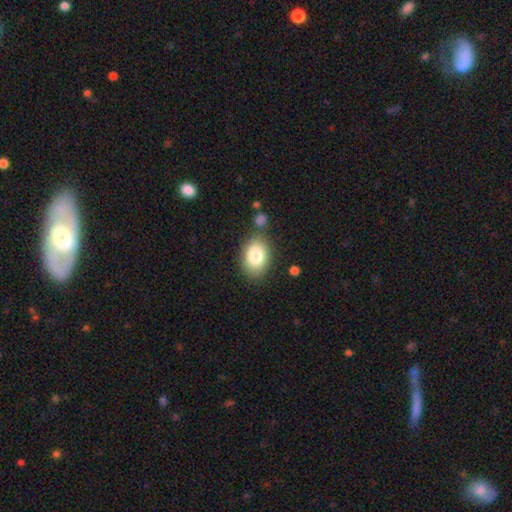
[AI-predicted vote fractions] Smooth or featured: smooth — 84% (featured or disk — 9%)
How rounded: in between — 83% (round — 16%)
Merging: none — 77% (minor disturbance — 13%)